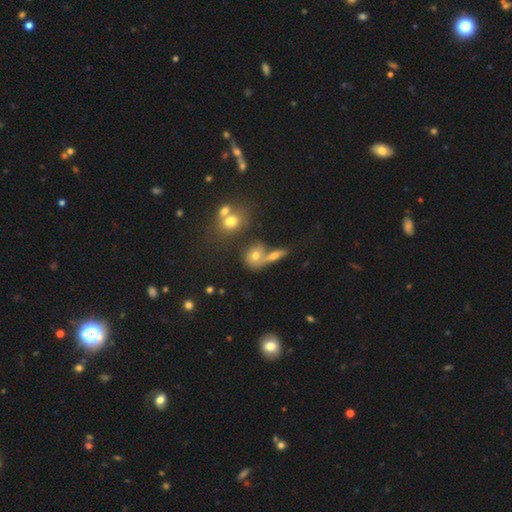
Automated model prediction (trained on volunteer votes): A smooth galaxy with no disk features (57%) that is round (56%). Merging: none (44%).